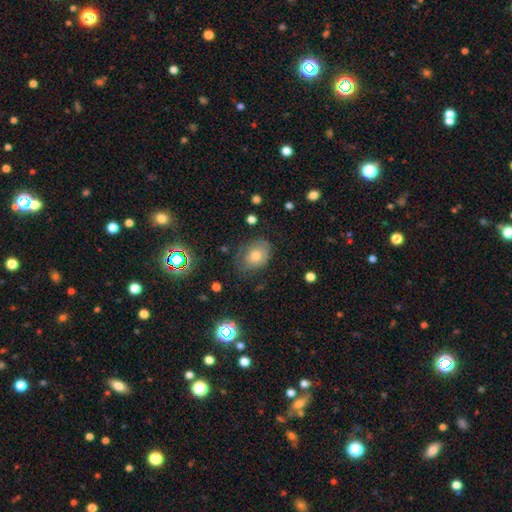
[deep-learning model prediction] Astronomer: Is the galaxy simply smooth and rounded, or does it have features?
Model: smooth — 56%.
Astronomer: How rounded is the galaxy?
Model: in between — 57% (runner-up: round, 42%).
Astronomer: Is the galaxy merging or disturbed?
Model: none — 69%.